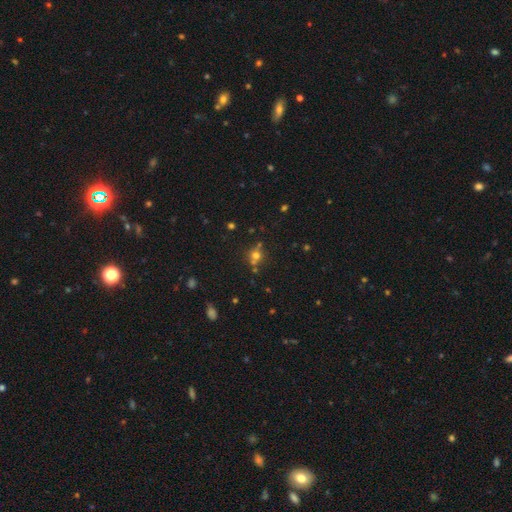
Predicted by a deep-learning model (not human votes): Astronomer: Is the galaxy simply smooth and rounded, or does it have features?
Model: smooth — 62%.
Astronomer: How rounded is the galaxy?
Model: round — 86%.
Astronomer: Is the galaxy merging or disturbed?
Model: none — 63%.